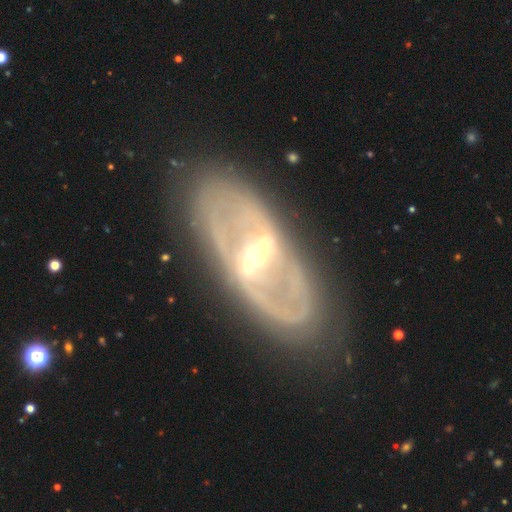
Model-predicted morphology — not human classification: Overall: featured or disk (84%). Edge-on disk: no (85%). Bar: strong (62%; weak 27%). Spiral arms: yes (63%; no 37%). Bulge size: moderate (47%; small 46%). Merging: none (79%).